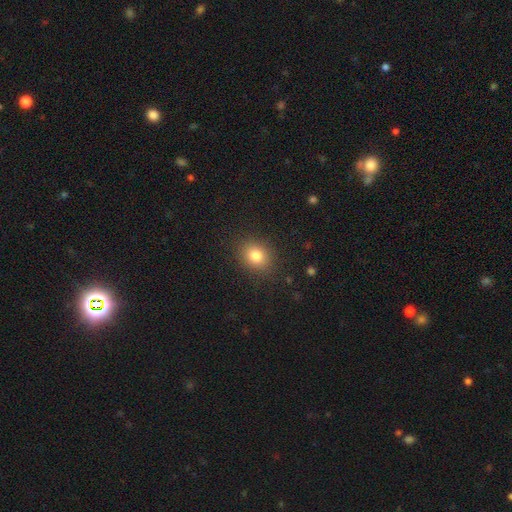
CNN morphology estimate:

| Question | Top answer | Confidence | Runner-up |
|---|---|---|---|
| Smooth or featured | smooth | 81% | star or artifact (12%) |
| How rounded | round | 62% | in between (37%) |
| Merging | none | 88% | minor disturbance (8%) |